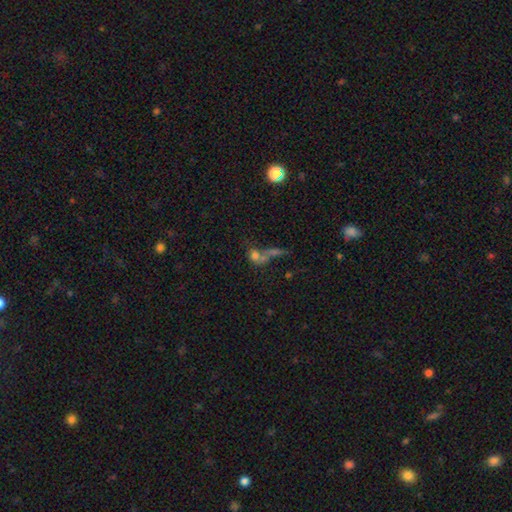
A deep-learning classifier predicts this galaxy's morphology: Q: Smooth or featured?
A: smooth (59%); runner-up: featured or disk (22%)
Q: How rounded?
A: in between (51%); runner-up: round (42%)
Q: Merging?
A: merger (56%); runner-up: none (22%)